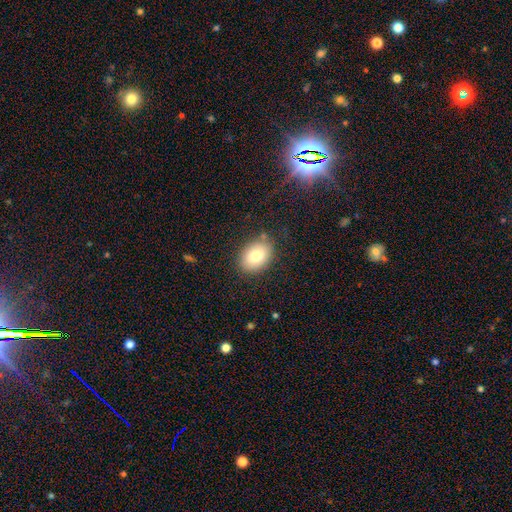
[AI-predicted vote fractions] A smooth galaxy with no disk features (80%) that is in between round and cigar-shaped (83%). Merging: none (81%).